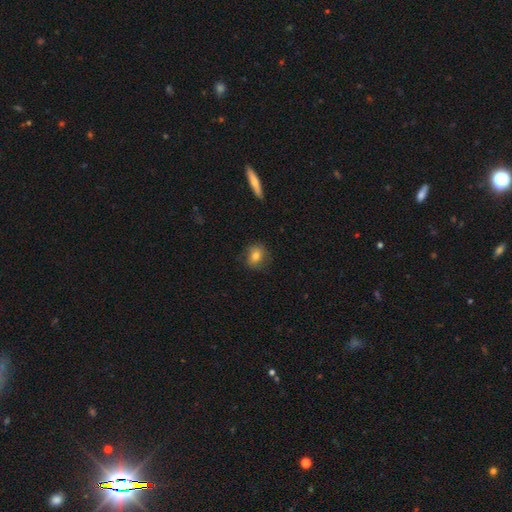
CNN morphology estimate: Smooth or featured: smooth — 73% (featured or disk — 18%)
How rounded: round — 59% (in between — 39%)
Merging: none — 76% (minor disturbance — 18%)